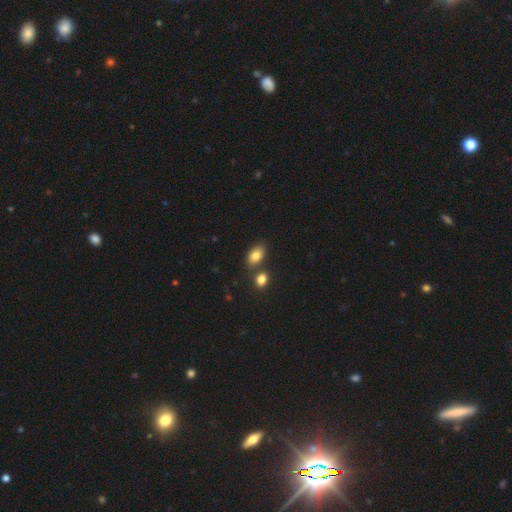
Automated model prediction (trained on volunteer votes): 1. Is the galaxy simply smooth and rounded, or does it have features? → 83% smooth, 9% star or artifact, 8% featured or disk.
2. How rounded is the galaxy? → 88% in between, 10% round, 2% cigar-shaped.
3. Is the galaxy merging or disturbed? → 65% none, 20% merger, 11% minor disturbance, 3% major disturbance.